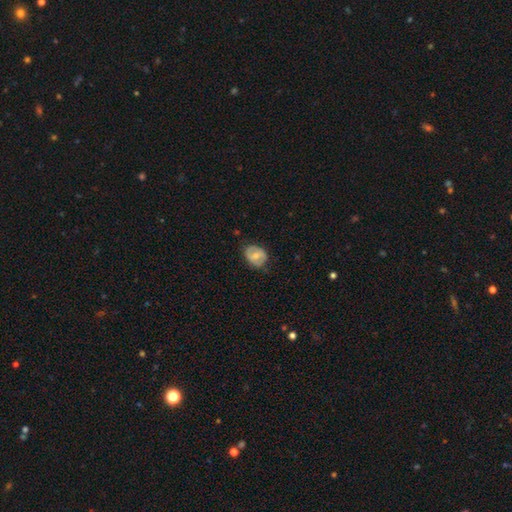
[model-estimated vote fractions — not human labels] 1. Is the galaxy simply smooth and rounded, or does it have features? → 48% smooth, 46% featured or disk, 7% star or artifact.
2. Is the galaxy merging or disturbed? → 68% none, 24% minor disturbance, 6% major disturbance, 1% merger.